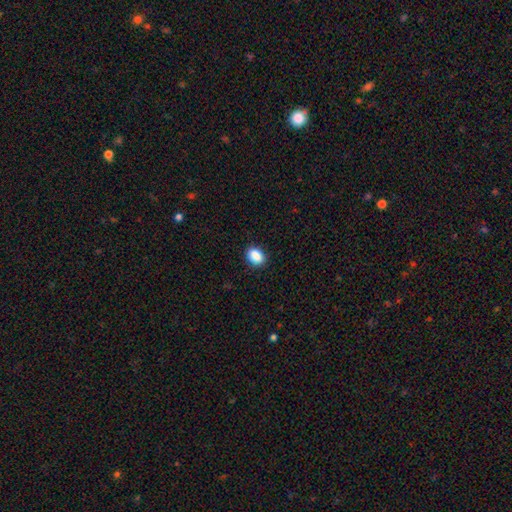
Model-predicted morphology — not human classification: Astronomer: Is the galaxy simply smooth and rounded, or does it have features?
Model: smooth — 89%.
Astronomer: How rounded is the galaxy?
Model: in between — 69%.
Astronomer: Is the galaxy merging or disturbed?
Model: none — 88%.